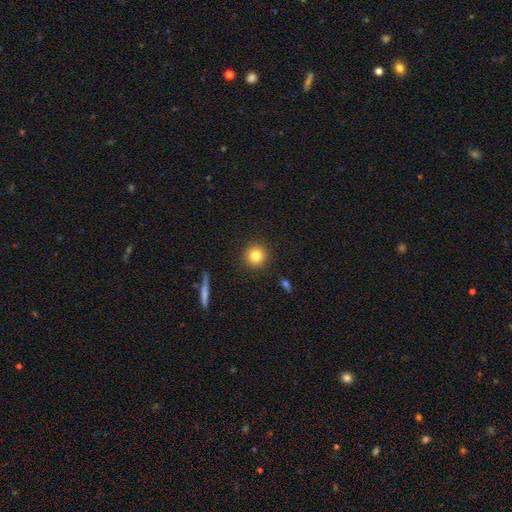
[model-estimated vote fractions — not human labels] A smooth galaxy with no disk features (82%) that is round (94%). Merging: none (91%).